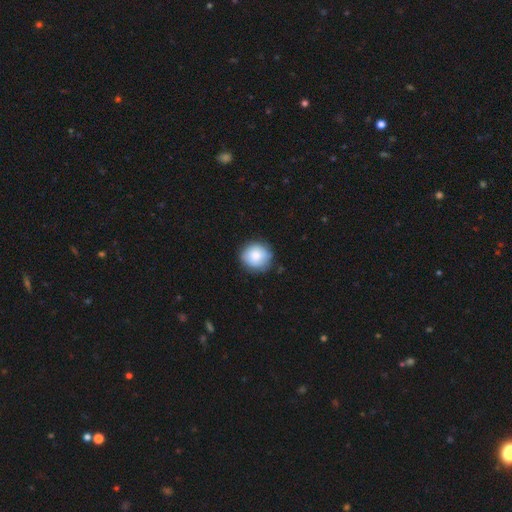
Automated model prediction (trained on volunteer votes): smooth 80%, featured or disk 13%, star or artifact 7%. Down the decision tree: how rounded — round (89%); merging — none (81%).